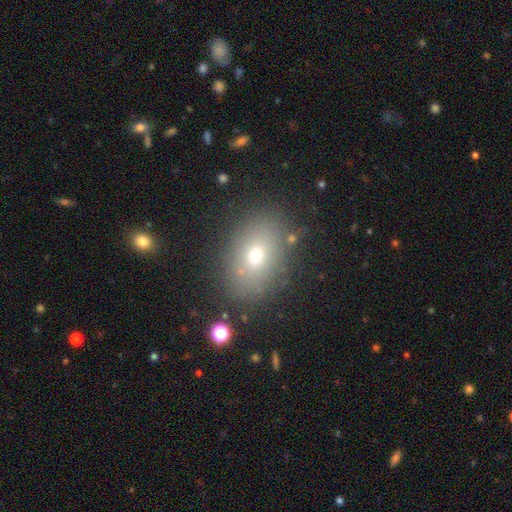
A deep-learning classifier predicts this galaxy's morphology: type=smooth (70%); roundness=in between (76%); merging=none (81%).